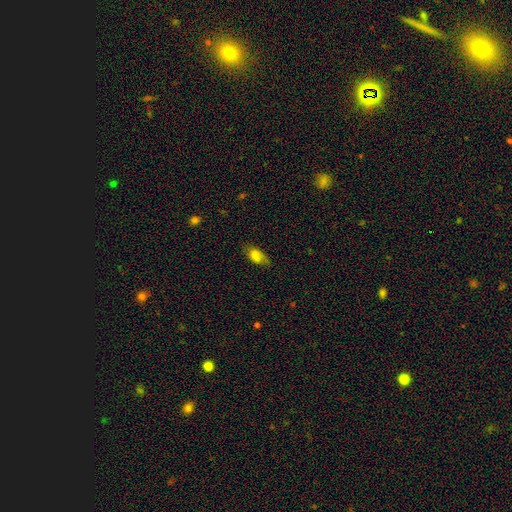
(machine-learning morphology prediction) type=smooth (74%); roundness=in between (87%); merging=none (62%).